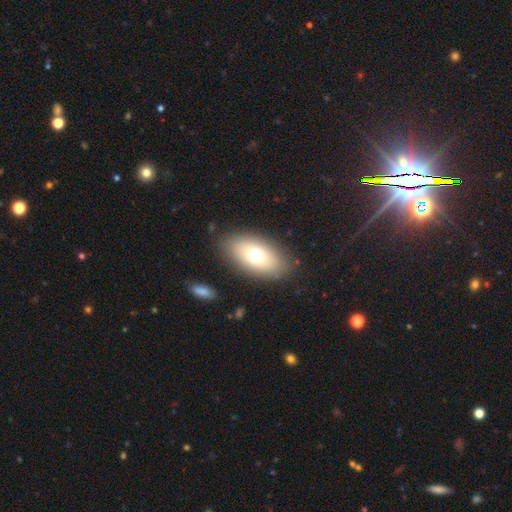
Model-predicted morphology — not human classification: Smooth or featured?
  - smooth: 67% *
  - featured or disk: 23%
  - star or artifact: 9%
How rounded?
  - in between: 89% *
  - round: 8%
  - cigar-shaped: 3%
Merging?
  - none: 84% *
  - minor disturbance: 10%
  - major disturbance: 4%
  - merger: 2%